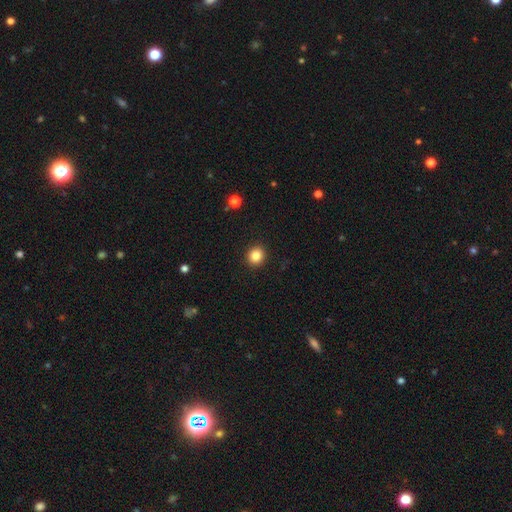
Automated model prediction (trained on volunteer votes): The model was most divided on "how rounded": round: 84%, in between: 15%, cigar-shaped: 1%. More confident: merging — none (92%); smooth or featured — smooth (85%).